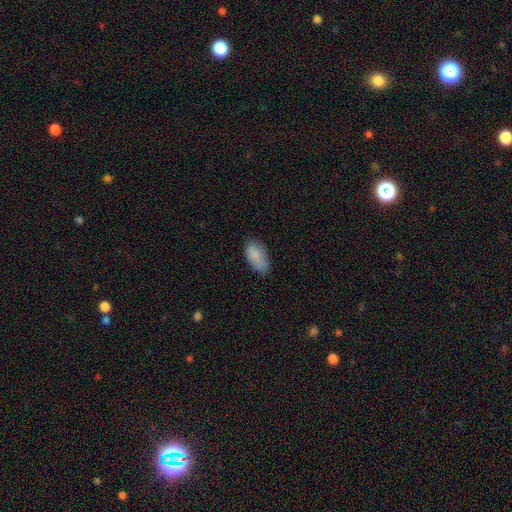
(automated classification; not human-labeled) This appears to be a smooth galaxy with no disk features (84%) that is in between round and cigar-shaped (93%). Merging: none (66%).